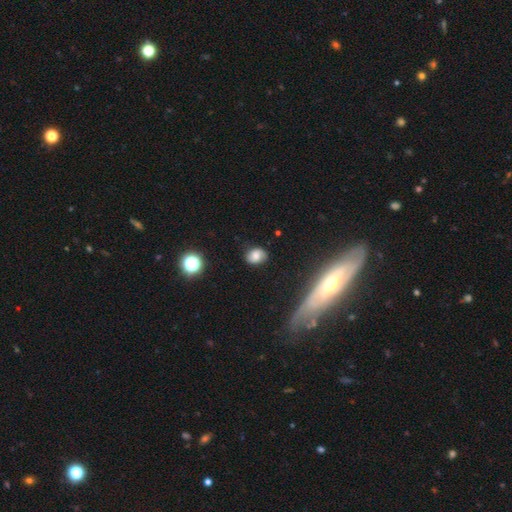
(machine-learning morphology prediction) This appears to be a smooth galaxy with no disk features (70%) that is in between round and cigar-shaped (63%). Merging: none (81%).